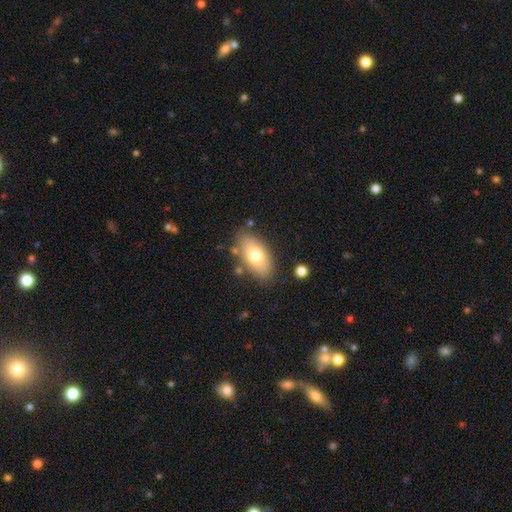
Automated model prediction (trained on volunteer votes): Smooth or featured? smooth (68%)
How rounded? in between (90%)
Merging? none (81%)